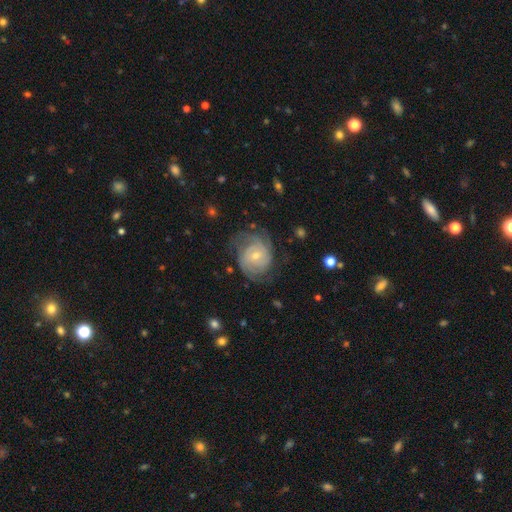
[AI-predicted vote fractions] This is clearly a featured or disk galaxy (81%). It is clearly not viewed edge-on (98%). Bar: possibly no (60%). Spiral arm pattern: clearly yes (94%). Spiral arm count: marginally 2 (33%). Spiral winding: possibly tight (58%). Central bulge: possibly small (58%). Merging: likely none (65%).